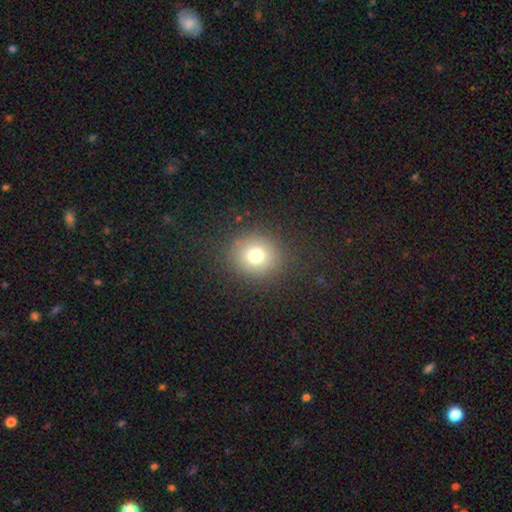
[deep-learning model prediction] A smooth galaxy with no disk features (75%) that is round (83%).

Vote fractions:
- Smooth or featured? smooth: 75% / star or artifact: 15% / featured or disk: 10%
- How rounded? round: 83% / in between: 16% / cigar-shaped: 1%
- Merging? none: 87% / minor disturbance: 7% / major disturbance: 4% / merger: 1%